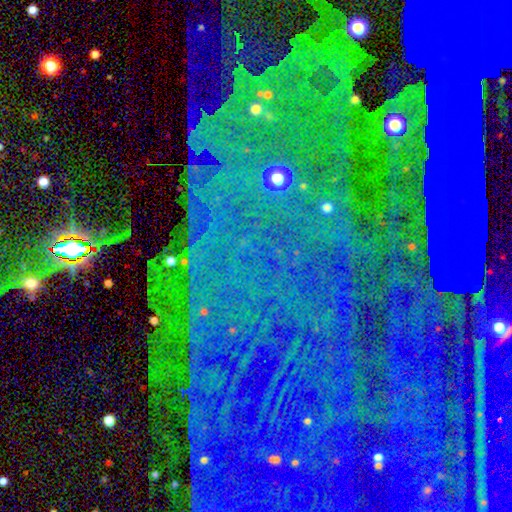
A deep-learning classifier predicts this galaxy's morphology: Overall: star or artifact (83%).